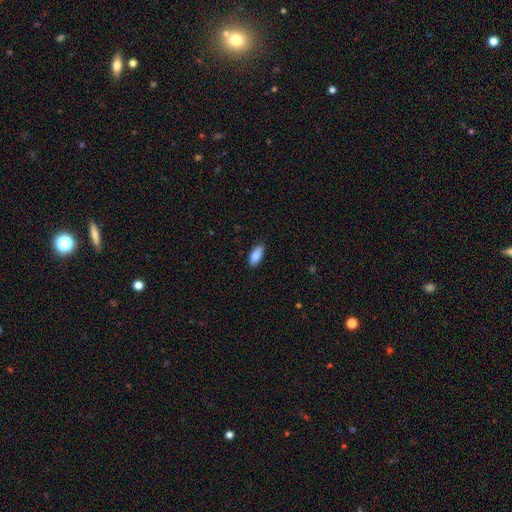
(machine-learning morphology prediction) type=smooth (88%); roundness=in between (88%); merging=none (80%).